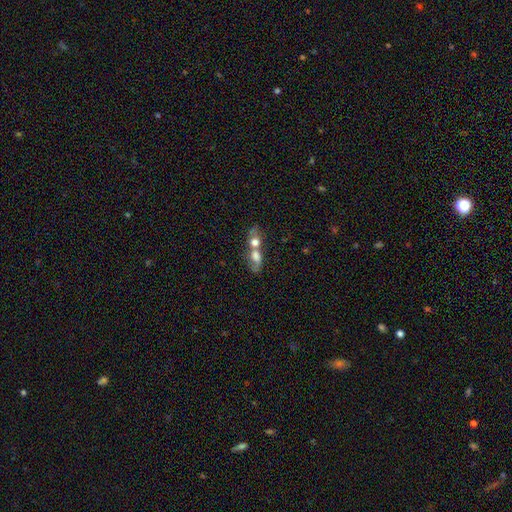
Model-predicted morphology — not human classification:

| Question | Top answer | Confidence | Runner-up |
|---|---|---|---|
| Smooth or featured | smooth | 58% | featured or disk (30%) |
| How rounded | in between | 59% | round (30%) |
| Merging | merger | 68% | none (15%) |